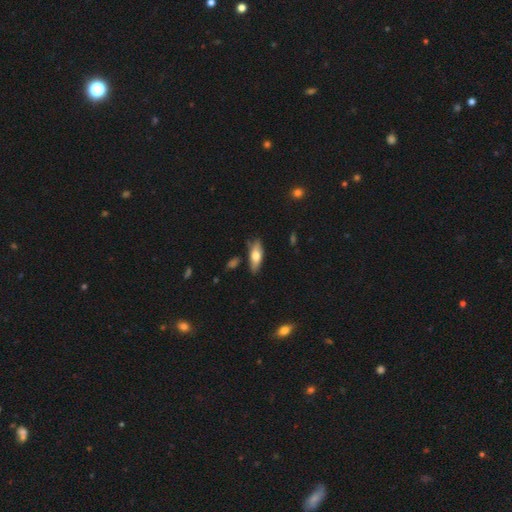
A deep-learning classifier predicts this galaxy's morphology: This is likely a smooth galaxy (62%). How rounded: likely in between (65%). Merging: likely none (76%).